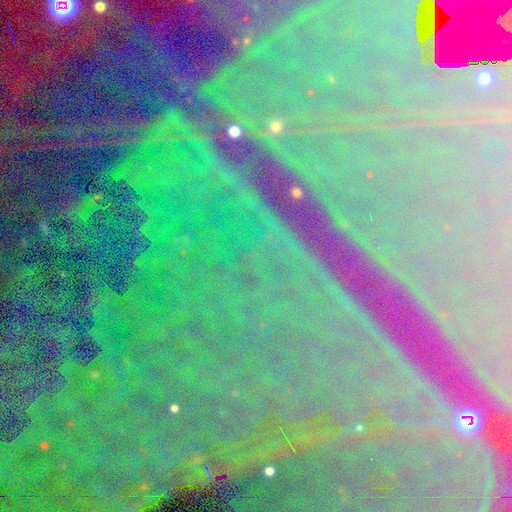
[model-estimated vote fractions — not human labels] smooth-or-featured: star or artifact: 89% | featured or disk: 6% | smooth: 5%